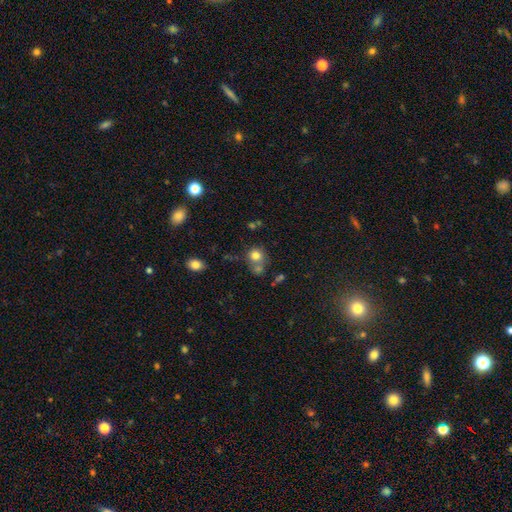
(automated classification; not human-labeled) This is likely a smooth galaxy (77%). How rounded: likely round (80%). Merging: possibly none (46%).